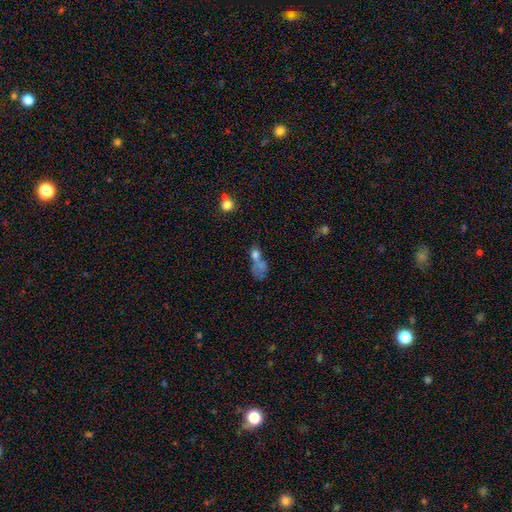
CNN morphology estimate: This is likely a smooth galaxy (61%). How rounded: possibly in between (54%). Merging: possibly merger (50%).